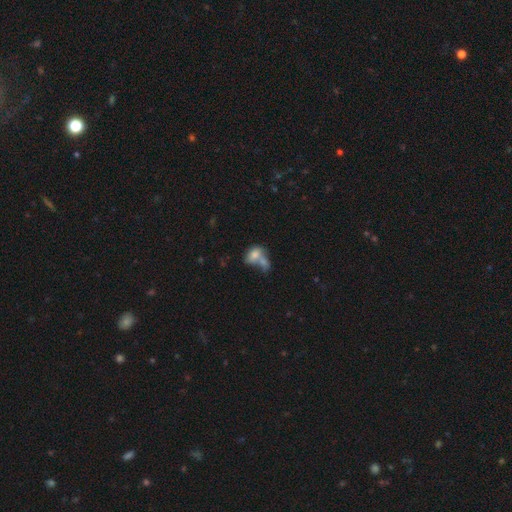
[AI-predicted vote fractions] Smooth or featured: smooth — 74% (featured or disk — 16%)
How rounded: in between — 77% (round — 21%)
Merging: merger — 59% (none — 22%)